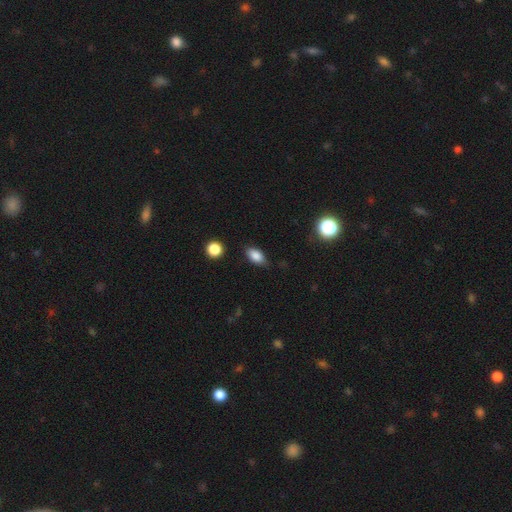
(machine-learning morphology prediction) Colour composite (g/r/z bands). It shows a smooth galaxy with no disk features (85%) that is in between round and cigar-shaped (87%). Merging: none (78%).